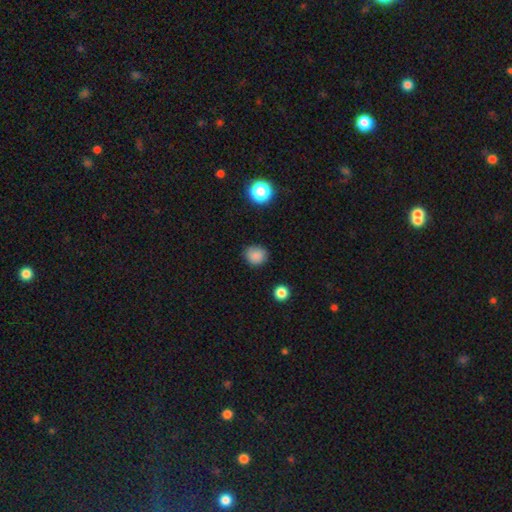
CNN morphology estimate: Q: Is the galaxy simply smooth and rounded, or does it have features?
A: smooth — 85%.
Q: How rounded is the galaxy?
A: round — 81%.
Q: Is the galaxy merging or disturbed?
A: none — 85%.